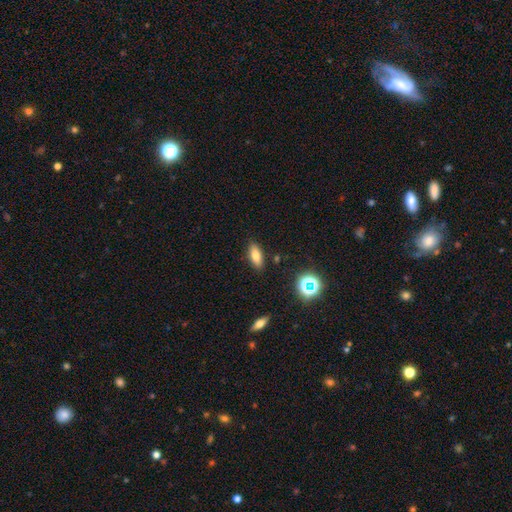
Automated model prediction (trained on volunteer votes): This is likely a smooth galaxy (74%). How rounded: likely in between (74%). Merging: clearly none (86%).